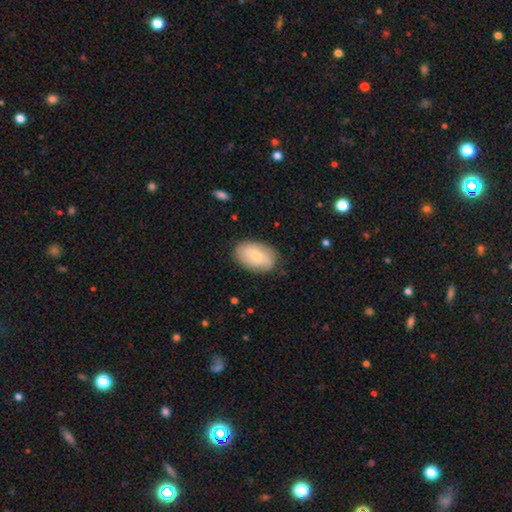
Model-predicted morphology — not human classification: Smooth or featured? Predicted: smooth (p=0.69). How rounded? Predicted: in between (p=0.91). Merging? Predicted: none (p=0.80).